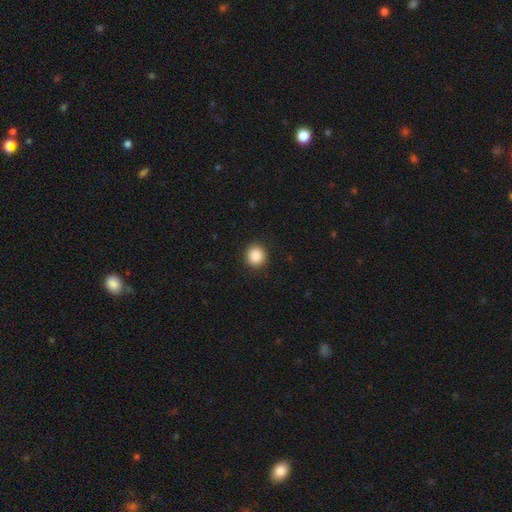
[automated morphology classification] This is clearly a smooth galaxy (88%). How rounded: clearly round (89%). Merging: clearly none (91%).